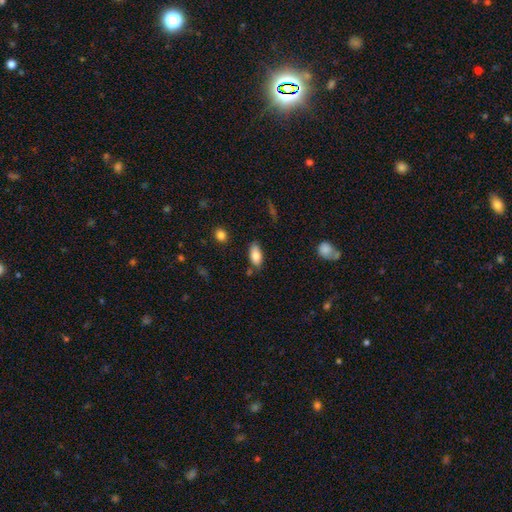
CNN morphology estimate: A smooth galaxy with no disk features (83%) that is in between round and cigar-shaped (90%).

Vote fractions:
- Smooth or featured? smooth: 83% / featured or disk: 10% / star or artifact: 7%
- How rounded? in between: 90% / cigar-shaped: 7% / round: 3%
- Merging? none: 76% / minor disturbance: 16% / merger: 5% / major disturbance: 3%